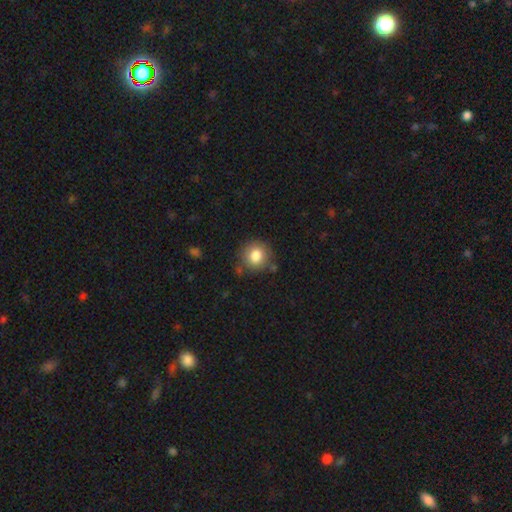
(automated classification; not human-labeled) Smooth or featured? smooth (82%)
How rounded? round (90%)
Merging? none (80%)